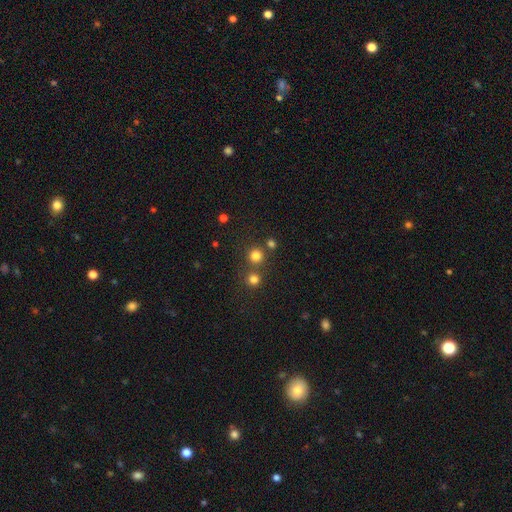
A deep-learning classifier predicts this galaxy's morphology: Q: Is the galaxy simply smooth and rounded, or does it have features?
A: smooth — 78%.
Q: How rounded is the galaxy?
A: round — 93%.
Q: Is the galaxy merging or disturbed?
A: none — 73%.